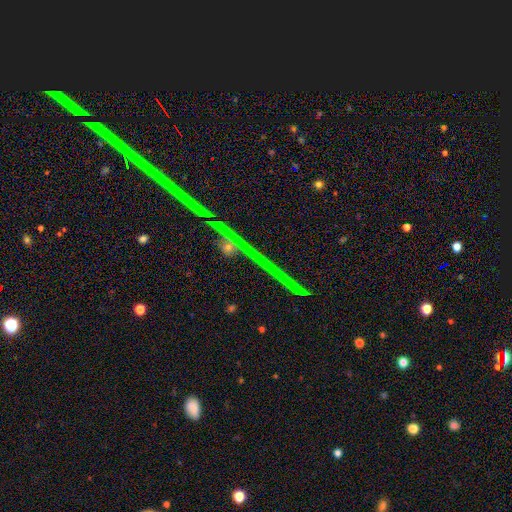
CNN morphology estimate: A star or artifact, not a galaxy (85%).